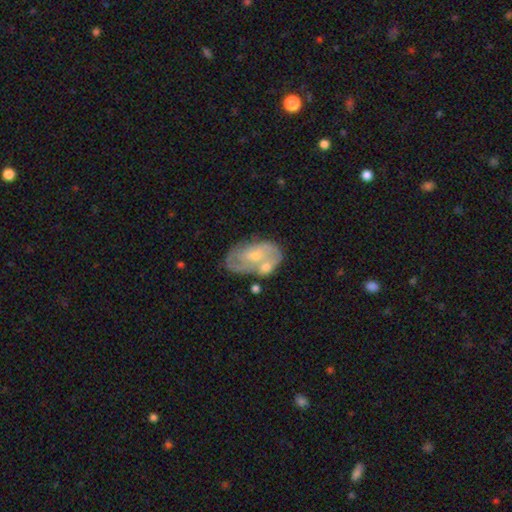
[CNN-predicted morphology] Overall: featured or disk (65%; smooth 29%). Edge-on disk: no (95%). Bar: no (63%; weak 30%). Spiral arms: yes (64%; no 36%). Bulge size: small (60%; moderate 35%). Merging: none (46%; merger 25%).